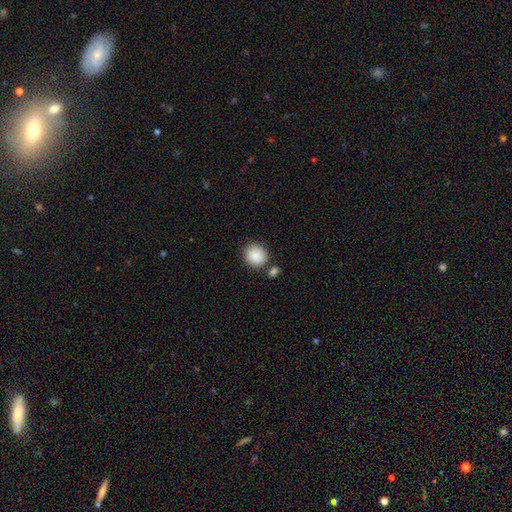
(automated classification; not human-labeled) Smooth or featured? Predicted: smooth (p=0.89). How rounded? Predicted: round (p=0.83). Merging? Predicted: none (p=0.77).